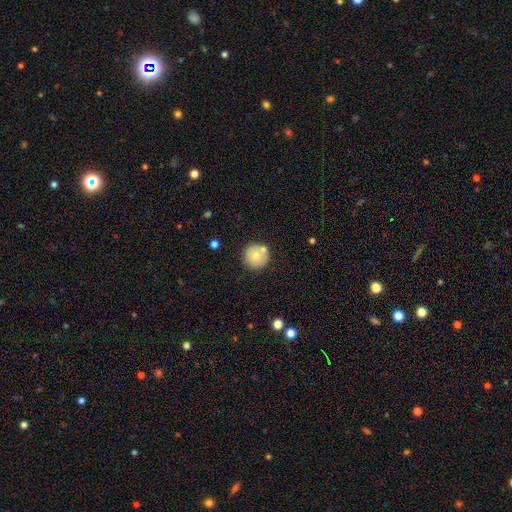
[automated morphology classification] Smooth or featured? Predicted: smooth (p=0.72). How rounded? Predicted: round (p=0.96). Merging? Predicted: none (p=0.77).